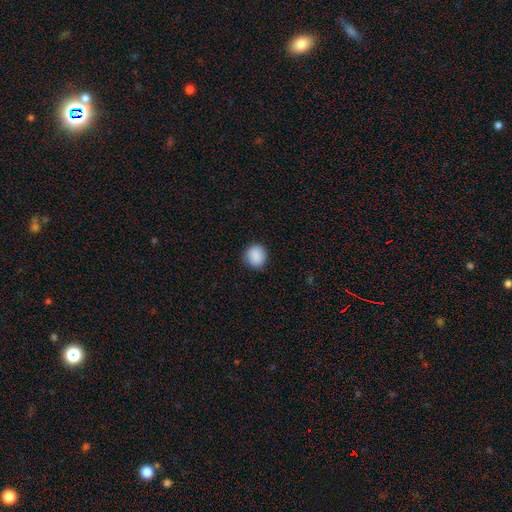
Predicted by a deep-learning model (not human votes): Morphology: type=smooth (89%); roundness=round (83%); merging=none (86%).